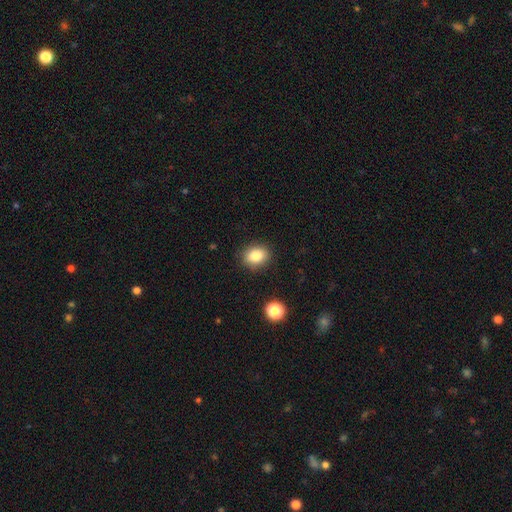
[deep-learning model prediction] smooth-or-featured: smooth: 85% | star or artifact: 10% | featured or disk: 6%
  how-rounded: in between: 60% | round: 39% | cigar-shaped: 1%
  merging: none: 86% | minor disturbance: 10% | major disturbance: 3% | merger: 2%